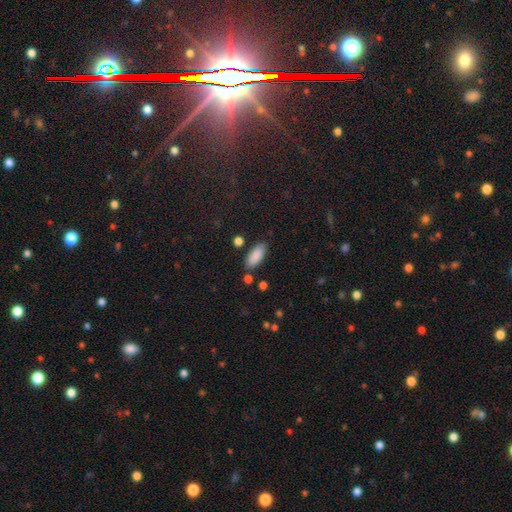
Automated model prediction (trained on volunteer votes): The model was most divided on "how rounded": in between: 83%, cigar-shaped: 15%, round: 2%. More confident: smooth or featured — smooth (88%); merging — none (81%).